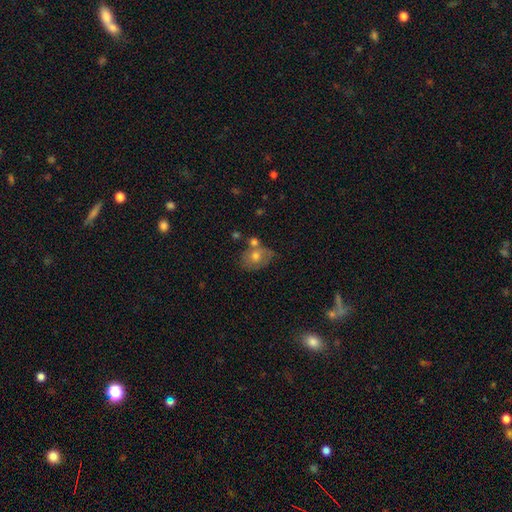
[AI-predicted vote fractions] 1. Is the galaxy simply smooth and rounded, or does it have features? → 55% smooth, 33% featured or disk, 12% star or artifact.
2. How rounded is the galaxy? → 58% in between, 40% round, 1% cigar-shaped.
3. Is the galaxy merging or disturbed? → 52% none, 21% minor disturbance, 19% merger, 8% major disturbance.